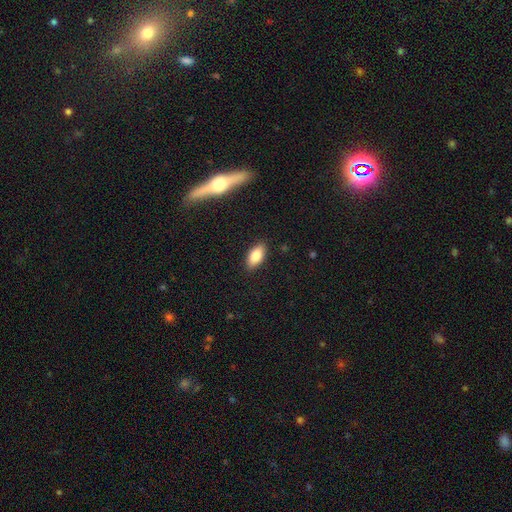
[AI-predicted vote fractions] A smooth galaxy with no disk features (81%) that is in between round and cigar-shaped (89%).

Vote fractions:
- Smooth or featured? smooth: 81% / featured or disk: 11% / star or artifact: 7%
- How rounded? in between: 89% / cigar-shaped: 8% / round: 3%
- Merging? none: 88% / minor disturbance: 9% / major disturbance: 2% / merger: 1%